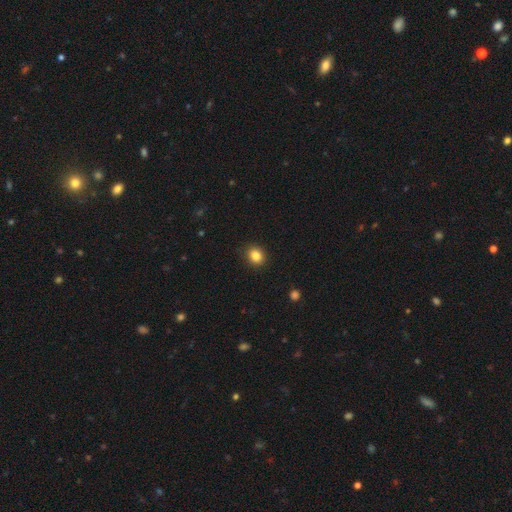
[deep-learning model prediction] A smooth galaxy with no disk features (85%) that is round (69%). Merging: none (89%).